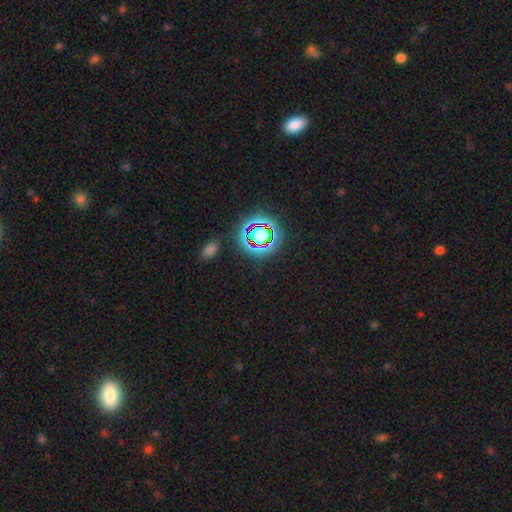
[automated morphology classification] Q: Smooth or featured?
A: star or artifact (74%); runner-up: smooth (16%)